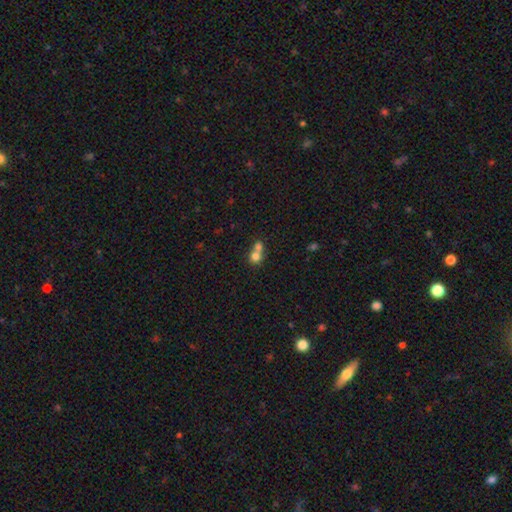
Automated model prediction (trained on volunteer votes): Smooth or featured?
  - smooth: 75% *
  - featured or disk: 14%
  - star or artifact: 11%
How rounded?
  - round: 79% *
  - in between: 19%
  - cigar-shaped: 1%
Merging?
  - merger: 65% *
  - none: 28%
  - minor disturbance: 5%
  - major disturbance: 2%